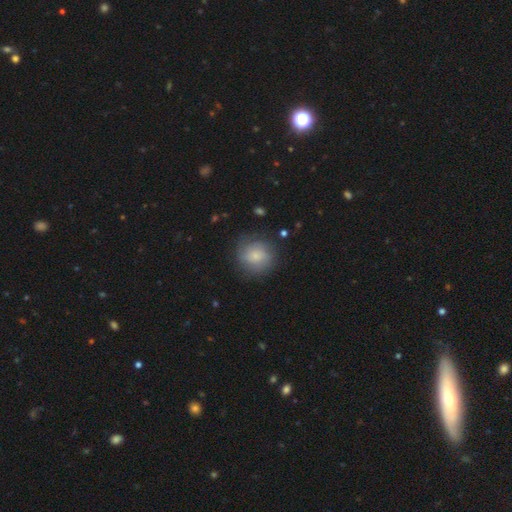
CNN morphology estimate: This is likely a smooth galaxy (67%). How rounded: clearly round (87%). Merging: likely none (75%).